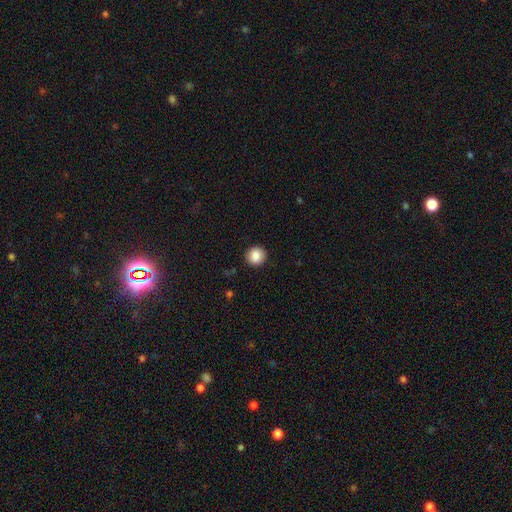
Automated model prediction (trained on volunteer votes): Smooth or featured? smooth (87%)
How rounded? round (90%)
Merging? none (91%)